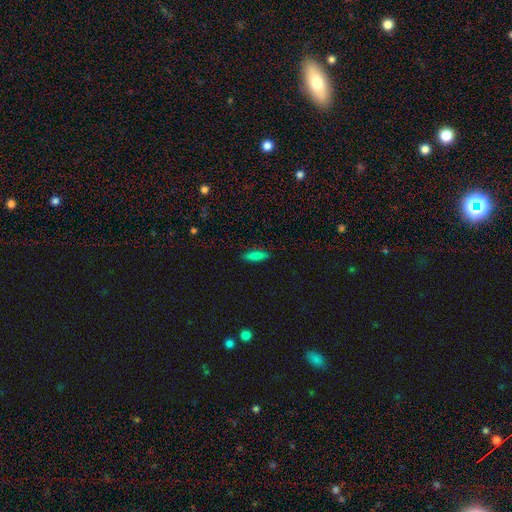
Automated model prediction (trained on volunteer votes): Q: Smooth or featured?
A: smooth (82%); runner-up: star or artifact (9%)
Q: How rounded?
A: cigar-shaped (65%); runner-up: in between (33%)
Q: Merging?
A: none (88%); runner-up: minor disturbance (9%)